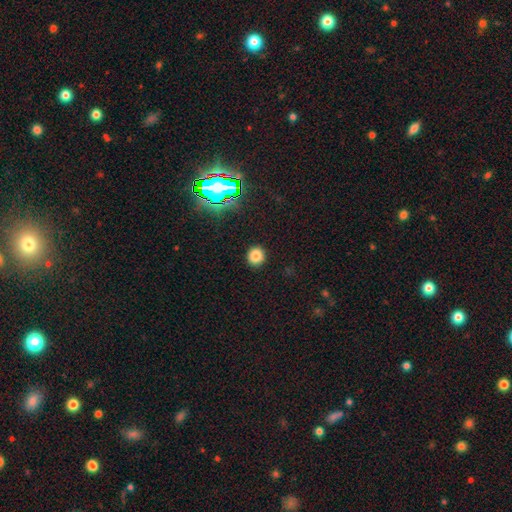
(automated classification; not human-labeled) Smooth or featured? Predicted: smooth (p=0.80). How rounded? Predicted: round (p=0.88). Merging? Predicted: none (p=0.91).